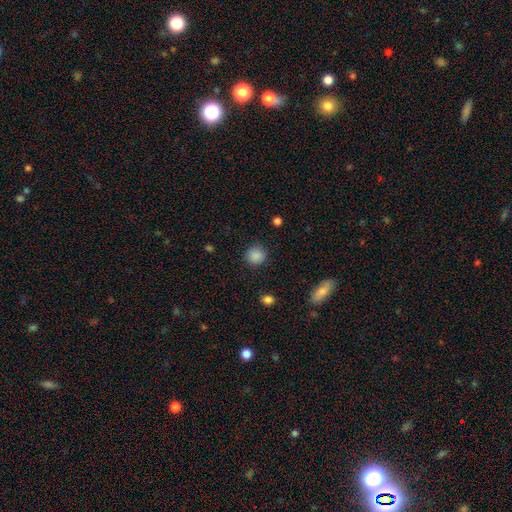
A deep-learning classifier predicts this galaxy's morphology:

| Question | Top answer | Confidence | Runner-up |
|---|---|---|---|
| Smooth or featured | smooth | 87% | star or artifact (9%) |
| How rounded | round | 91% | in between (8%) |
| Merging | none | 88% | minor disturbance (8%) |